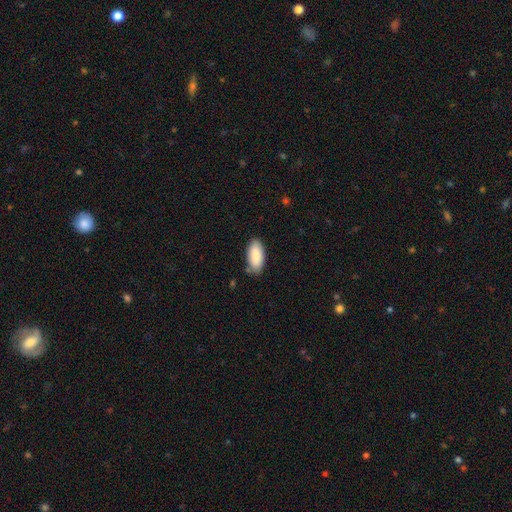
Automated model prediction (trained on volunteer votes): The model was most divided on "merging": none: 80%, minor disturbance: 15%, major disturbance: 3%, merger: 2%. More confident: how rounded — in between (91%); smooth or featured — smooth (87%).